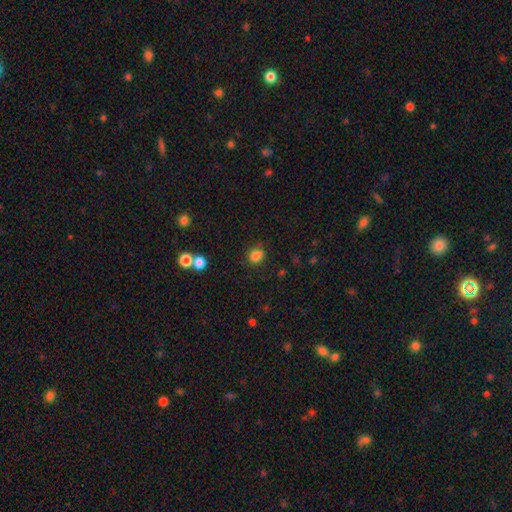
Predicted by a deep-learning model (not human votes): Overall: smooth (80%). How rounded: round (74%). Merging: none (64%).